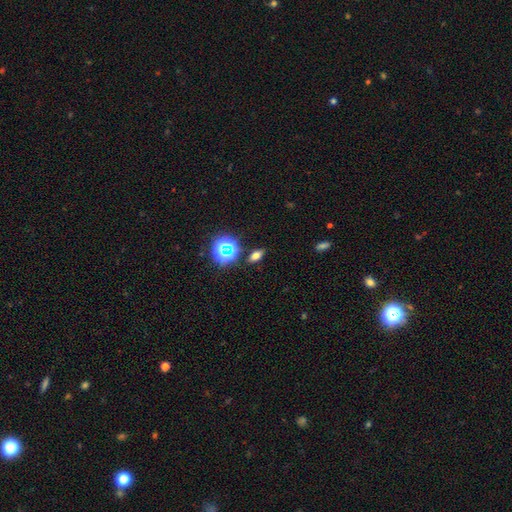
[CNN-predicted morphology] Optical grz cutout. It shows a smooth galaxy with no disk features (61%) that is in between round and cigar-shaped (73%). Merging: none (86%).